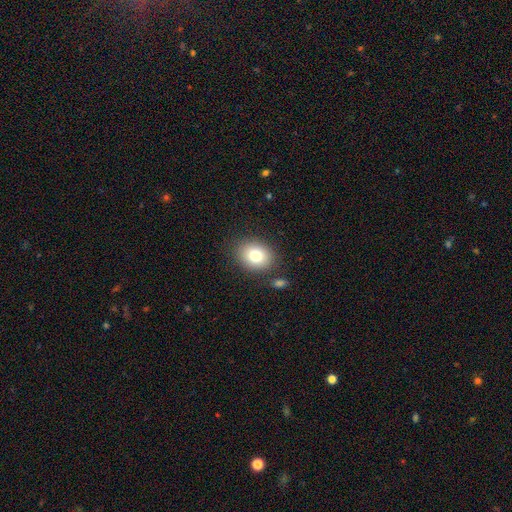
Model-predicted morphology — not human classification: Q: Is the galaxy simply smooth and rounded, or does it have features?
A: smooth — 79%.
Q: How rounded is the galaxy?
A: round — 52%.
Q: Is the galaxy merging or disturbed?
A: none — 82%.